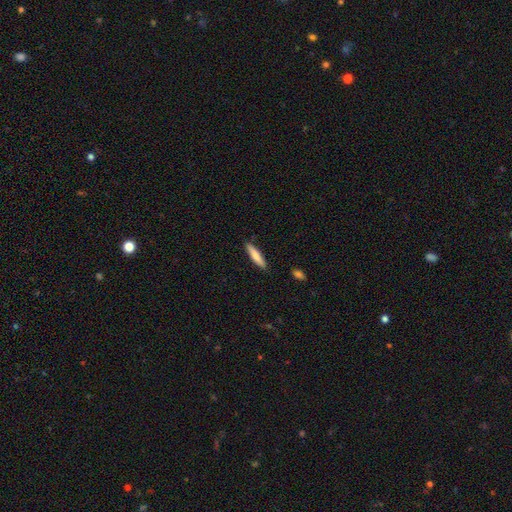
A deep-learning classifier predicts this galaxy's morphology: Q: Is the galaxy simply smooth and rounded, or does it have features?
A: smooth — 76%.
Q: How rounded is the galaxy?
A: cigar-shaped — 83%.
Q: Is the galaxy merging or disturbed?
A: none — 88%.